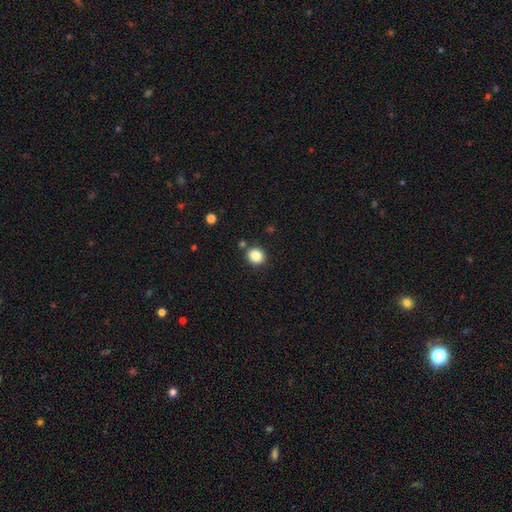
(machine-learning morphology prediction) This is clearly a smooth galaxy (86%). How rounded: clearly round (86%). Merging: clearly none (86%).